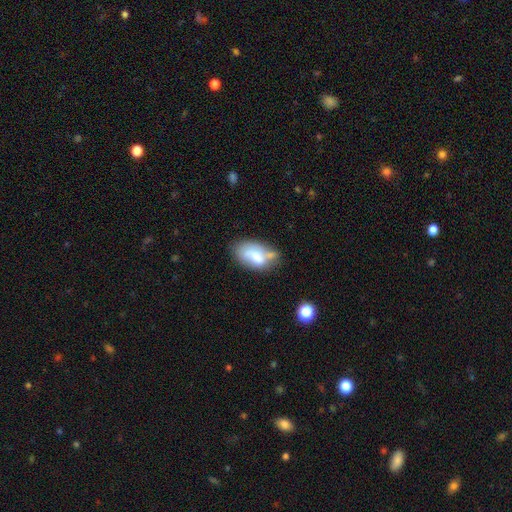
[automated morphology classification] This appears to be a smooth galaxy with no disk features (65%) that is in between round and cigar-shaped (92%). Merging: none (40%).